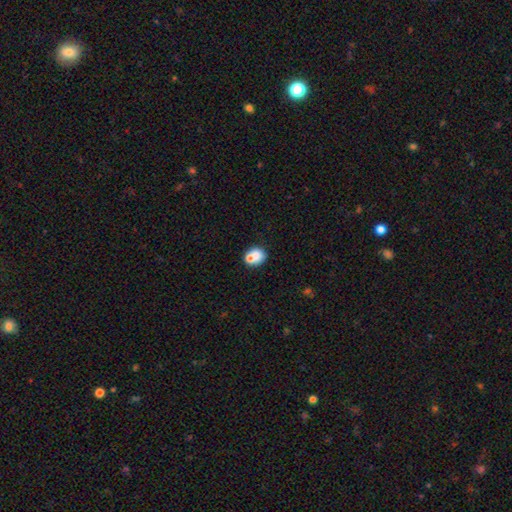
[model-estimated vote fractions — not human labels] A smooth galaxy with no disk features (74%) that is round (63%). Merging: none (47%).